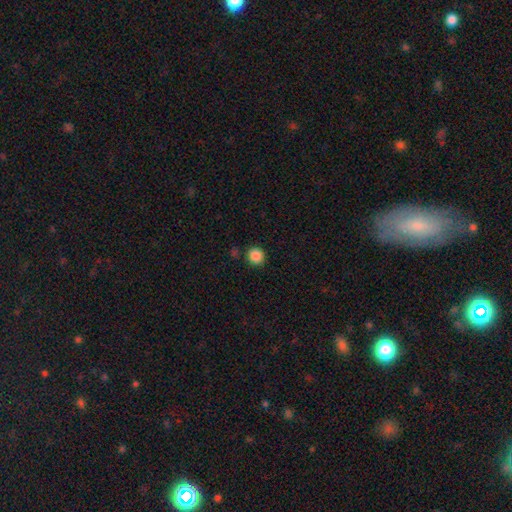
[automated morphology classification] type=smooth (87%); roundness=round (92%); merging=none (88%).